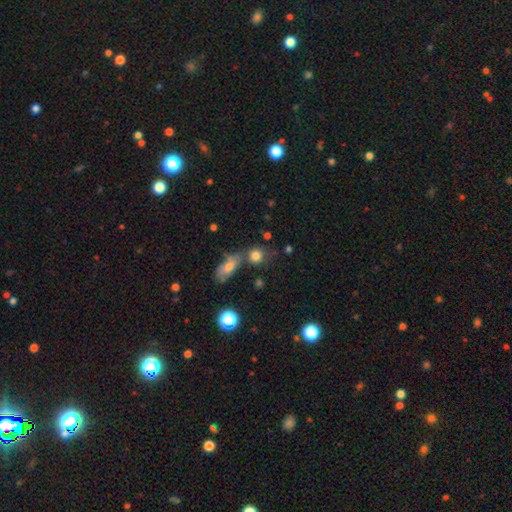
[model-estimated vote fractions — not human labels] Smooth or featured?
  - smooth: 80% *
  - star or artifact: 12%
  - featured or disk: 8%
How rounded?
  - round: 74% *
  - in between: 22%
  - cigar-shaped: 3%
Merging?
  - none: 59% *
  - merger: 23%
  - minor disturbance: 13%
  - major disturbance: 5%